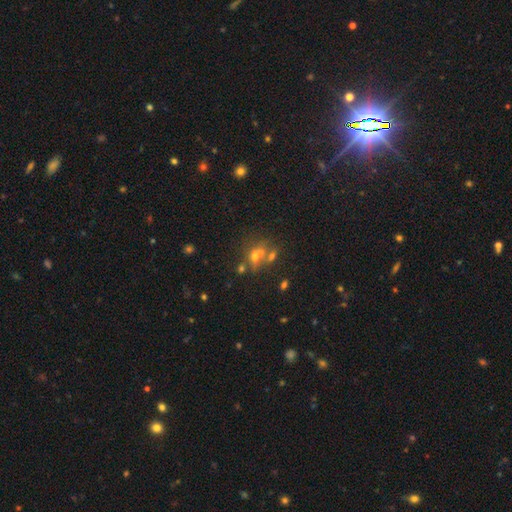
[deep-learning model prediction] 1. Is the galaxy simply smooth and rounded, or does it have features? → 46% smooth, 31% star or artifact, 23% featured or disk.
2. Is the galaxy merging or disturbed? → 44% none, 40% merger, 10% minor disturbance, 6% major disturbance.